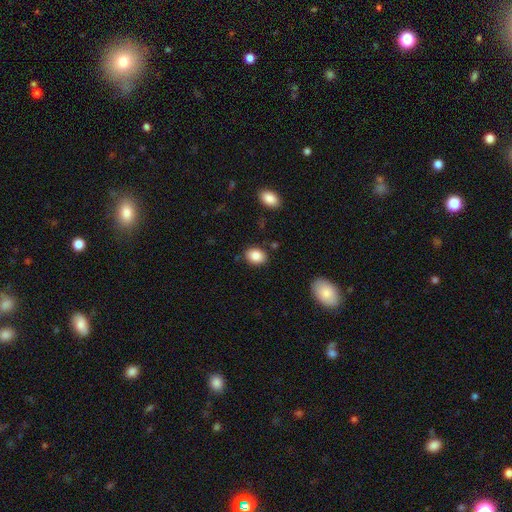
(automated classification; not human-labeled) This appears to be a smooth galaxy with no disk features (87%) that is in between round and cigar-shaped (65%). Merging: none (83%).